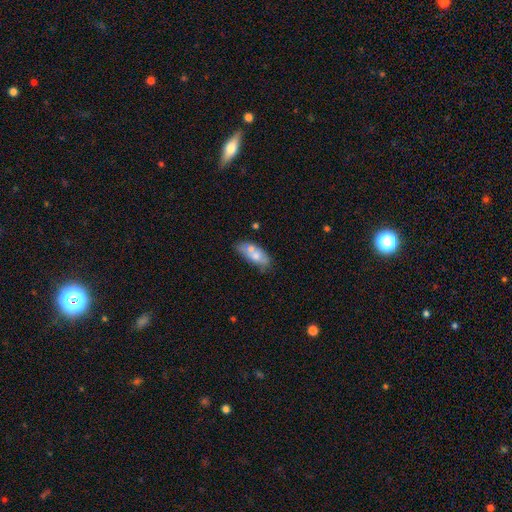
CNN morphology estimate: A smooth galaxy with no disk features (65%) that is in between round and cigar-shaped (80%).

Vote fractions:
- Smooth or featured? smooth: 65% / featured or disk: 28% / star or artifact: 7%
- How rounded? in between: 80% / cigar-shaped: 16% / round: 4%
- Merging? none: 47% / merger: 27% / minor disturbance: 20% / major disturbance: 6%